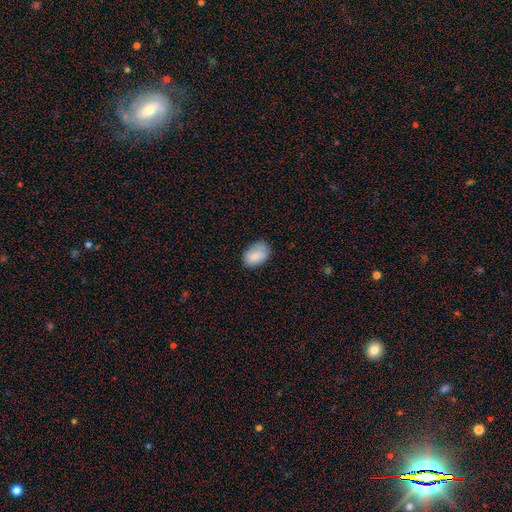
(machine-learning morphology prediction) A smooth galaxy with no disk features (85%) that is in between round and cigar-shaped (84%).

Vote fractions:
- Smooth or featured? smooth: 85% / star or artifact: 8% / featured or disk: 7%
- How rounded? in between: 84% / round: 15% / cigar-shaped: 1%
- Merging? none: 70% / minor disturbance: 23% / major disturbance: 5% / merger: 1%